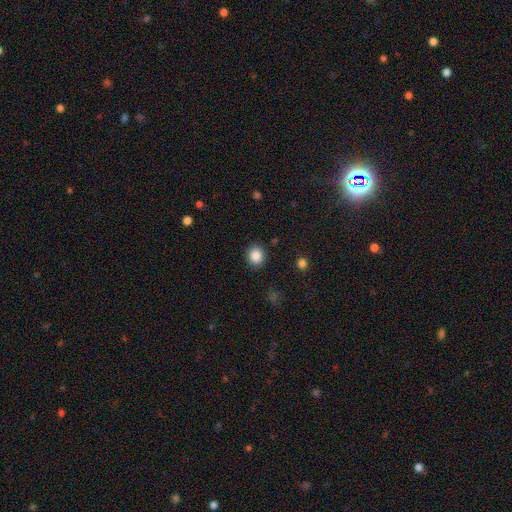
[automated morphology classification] smooth_or_featured: smooth (p=0.86) [alt: star or artifact p=0.10]
how_rounded: round (p=0.82) [alt: in between p=0.17]
merging: none (p=0.89) [alt: minor disturbance p=0.07]